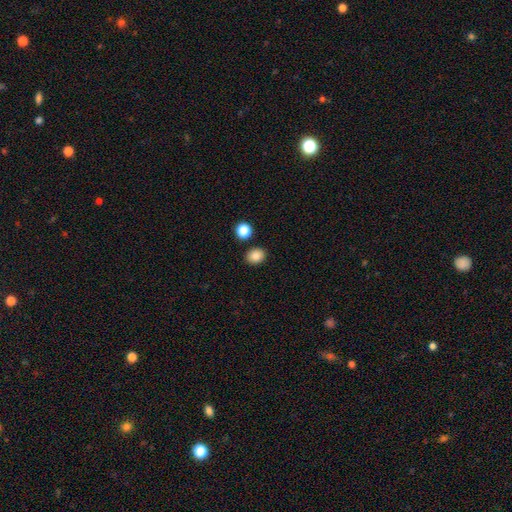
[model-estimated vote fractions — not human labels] A smooth galaxy with no disk features (86%) that is round (55%).

Vote fractions:
- Smooth or featured? smooth: 86% / star or artifact: 10% / featured or disk: 4%
- How rounded? round: 55% / in between: 44% / cigar-shaped: 1%
- Merging? none: 86% / minor disturbance: 7% / merger: 4% / major disturbance: 2%